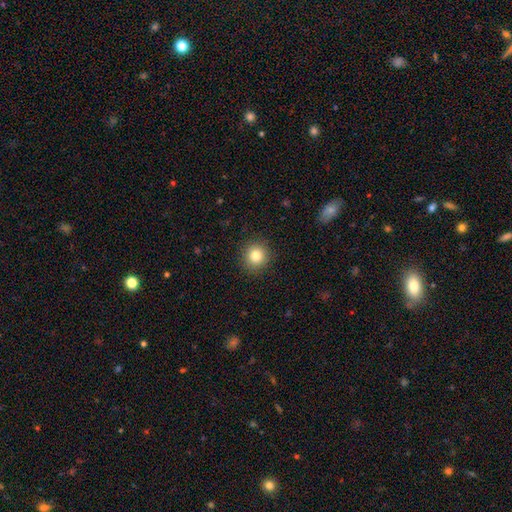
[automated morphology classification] type=smooth (82%); roundness=round (93%); merging=none (91%).